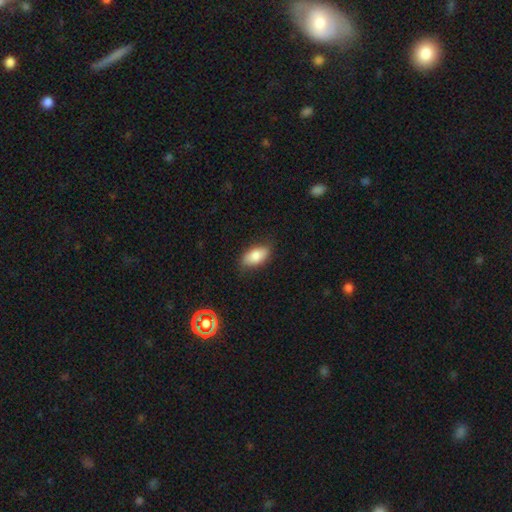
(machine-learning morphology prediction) Overall: smooth (82%). How rounded: in between (92%). Merging: none (81%).